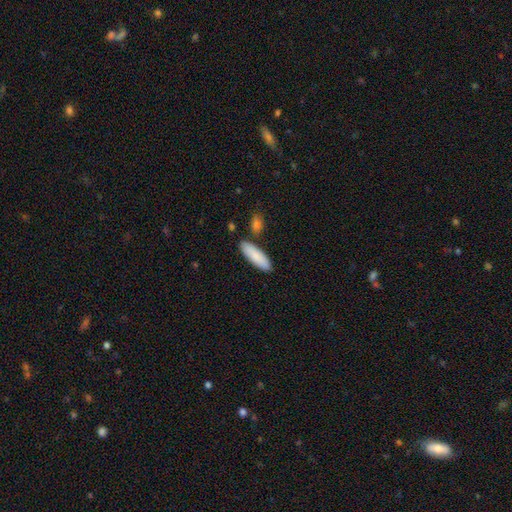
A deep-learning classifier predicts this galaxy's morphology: type=smooth (87%); roundness=cigar-shaped (50%); merging=none (83%).